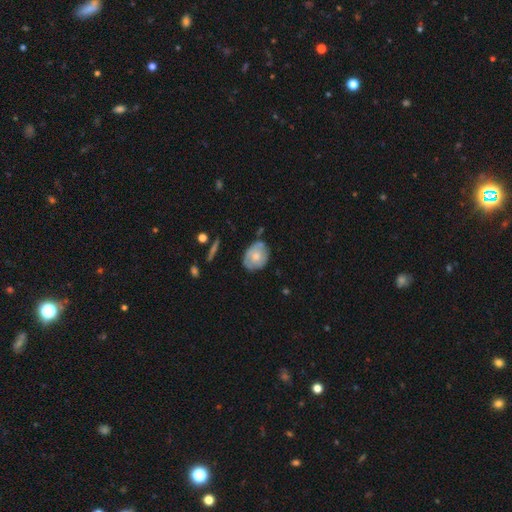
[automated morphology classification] Smooth or featured? smooth (59%)
How rounded? in between (55%)
Merging? none (61%)